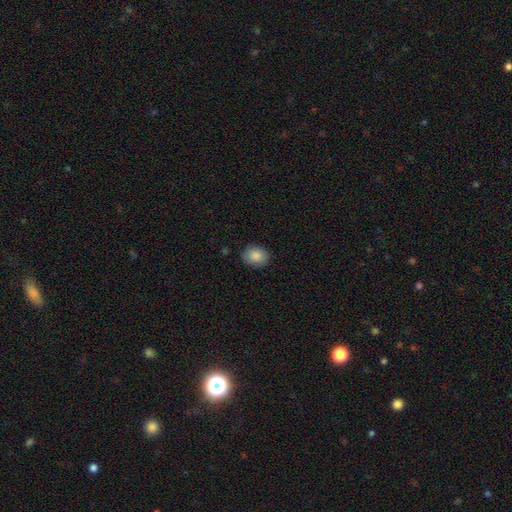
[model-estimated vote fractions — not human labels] A smooth galaxy with no disk features (87%) that is in between round and cigar-shaped (52%). Merging: none (85%).